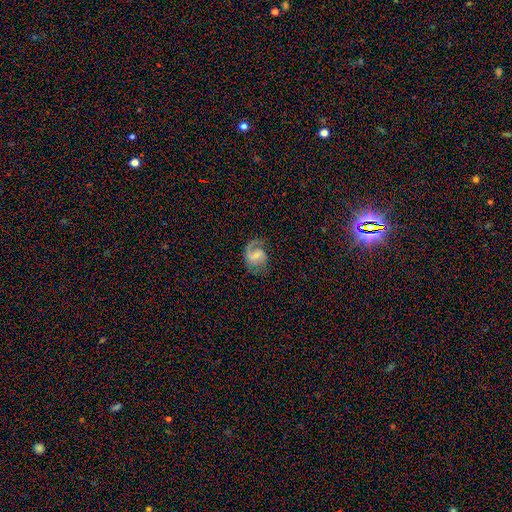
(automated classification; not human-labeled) A featured or disk galaxy (79%) with a weak bar (51%), 2 (64%) medium (50%) spiral arms (94%) and a small central bulge (56%). Merging: none (63%).